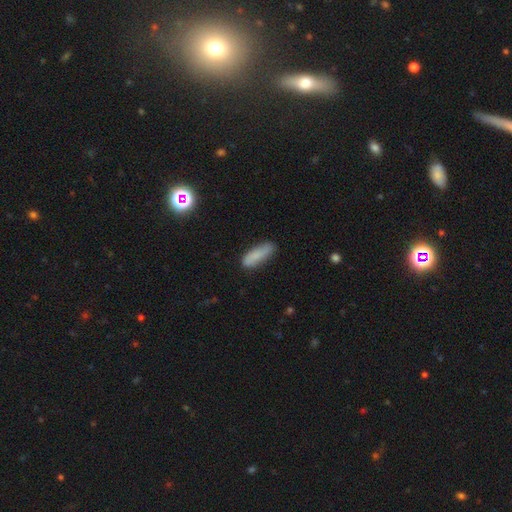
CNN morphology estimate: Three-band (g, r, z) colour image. It shows a smooth galaxy with no disk features (78%) that is cigar-shaped (50%). Merging: none (76%).